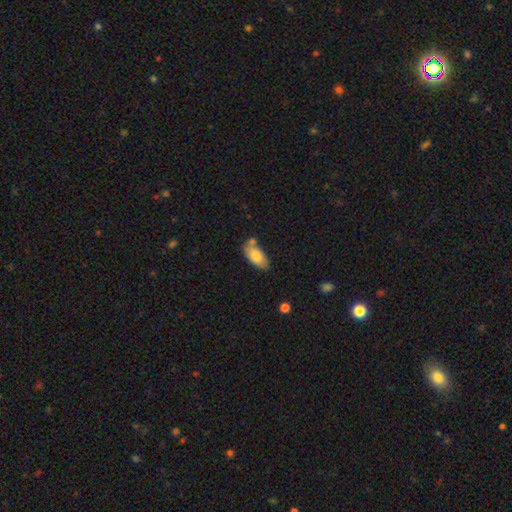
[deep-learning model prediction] Smooth or featured?
  - smooth: 80% *
  - featured or disk: 13%
  - star or artifact: 6%
How rounded?
  - in between: 91% *
  - cigar-shaped: 6%
  - round: 2%
Merging?
  - none: 65% *
  - minor disturbance: 18%
  - merger: 13%
  - major disturbance: 4%